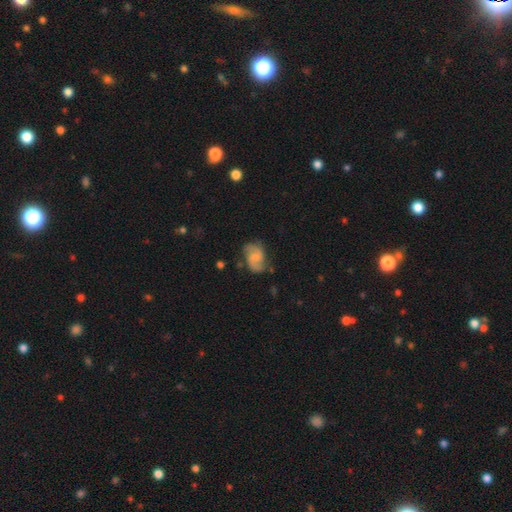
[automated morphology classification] A featured or disk galaxy (68%) with no bar (48%), 2 (87%) medium (46%) spiral arms (93%) and no central bulge (37%). Merging: none (66%).